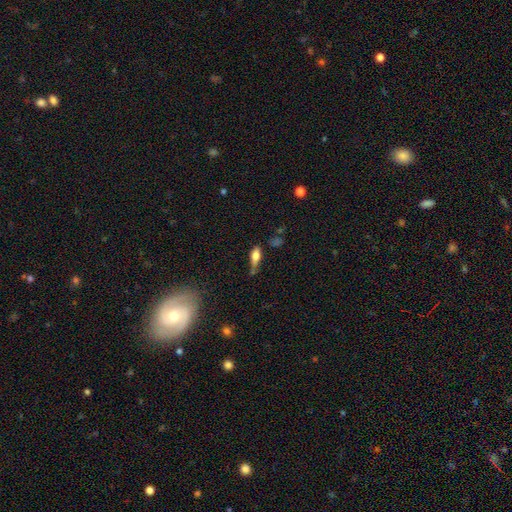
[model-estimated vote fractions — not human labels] Overall: smooth (67%). How rounded: in between (66%; cigar-shaped 30%). Merging: none (44%; minor disturbance 33%).